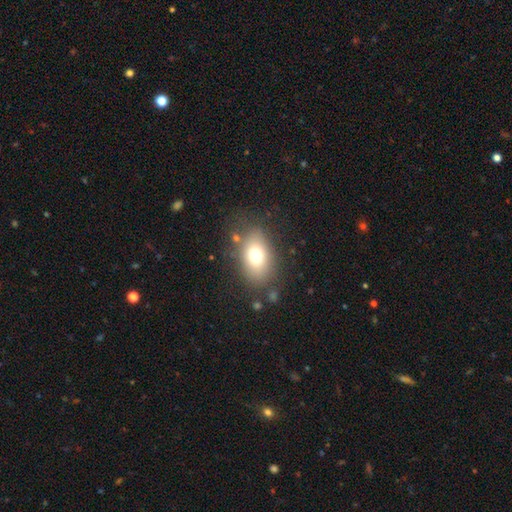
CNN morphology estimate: Smooth or featured? Predicted: smooth (p=0.72). How rounded? Predicted: in between (p=0.80). Merging? Predicted: none (p=0.77).